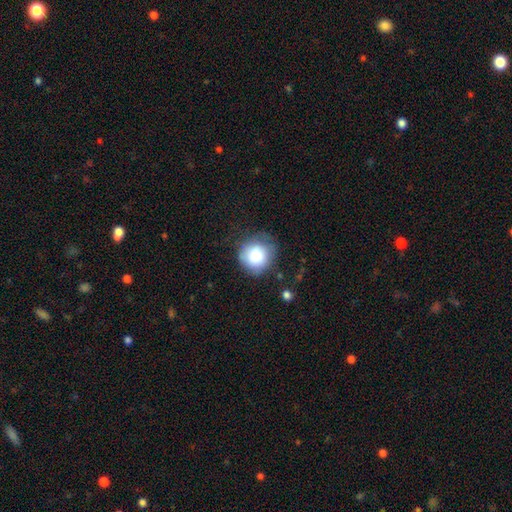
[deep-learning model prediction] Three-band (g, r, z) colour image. It shows a smooth galaxy with no disk features (82%) that is round (90%). Merging: none (64%).